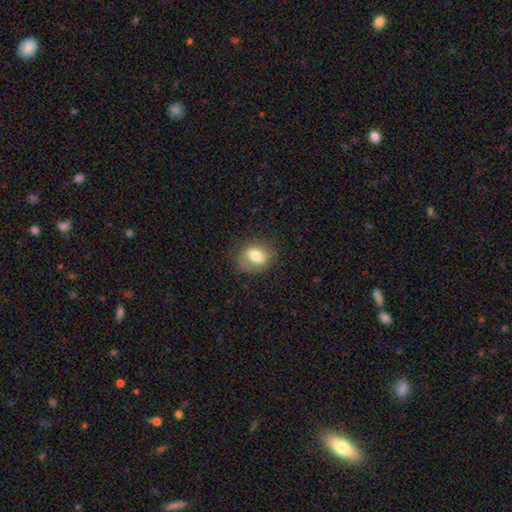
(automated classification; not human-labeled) smooth-or-featured: smooth: 75% | featured or disk: 16% | star or artifact: 9%
  how-rounded: in between: 59% | round: 40% | cigar-shaped: 1%
  merging: none: 73% | minor disturbance: 19% | major disturbance: 7% | merger: 1%